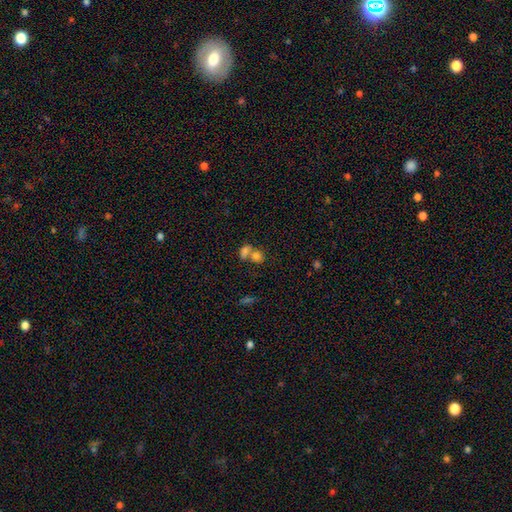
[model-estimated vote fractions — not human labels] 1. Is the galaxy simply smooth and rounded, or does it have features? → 77% smooth, 12% star or artifact, 11% featured or disk.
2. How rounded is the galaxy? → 58% round, 40% in between, 2% cigar-shaped.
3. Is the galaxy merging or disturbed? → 58% merger, 30% none, 7% minor disturbance, 4% major disturbance.